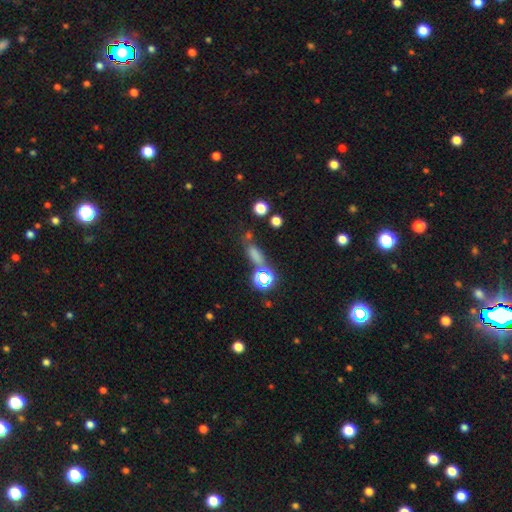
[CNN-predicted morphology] Smooth or featured? Predicted: smooth (p=0.63). How rounded? Predicted: in between (p=0.53). Merging? Predicted: none (p=0.61).